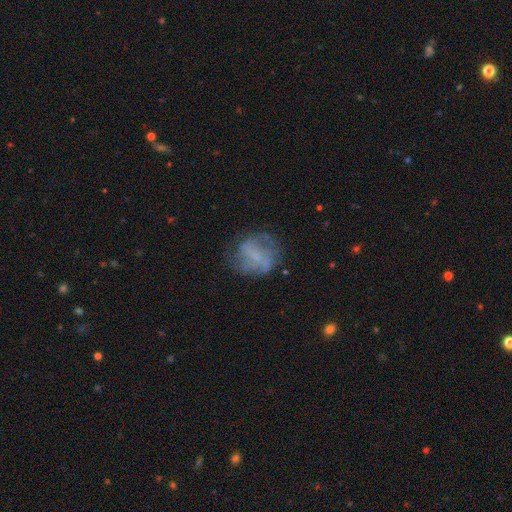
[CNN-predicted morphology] This appears to be a featured or disk galaxy (56%) with no bar (42%), spiral arms (61%) and no central bulge (53%). Merging: none (62%).